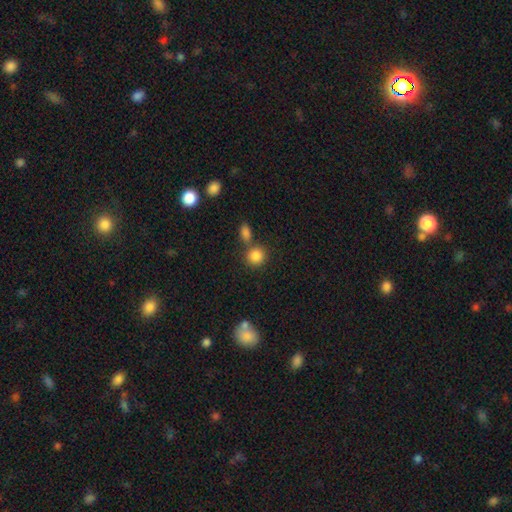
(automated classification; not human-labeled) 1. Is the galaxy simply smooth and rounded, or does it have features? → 85% smooth, 10% star or artifact, 6% featured or disk.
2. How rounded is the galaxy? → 86% round, 13% in between, 1% cigar-shaped.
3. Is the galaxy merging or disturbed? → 66% none, 21% merger, 9% minor disturbance, 3% major disturbance.